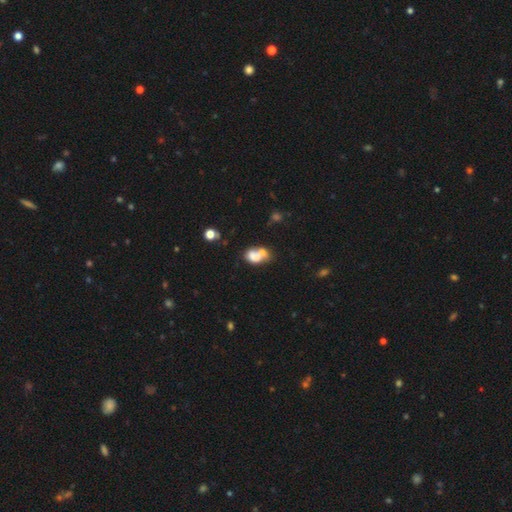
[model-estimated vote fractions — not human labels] Overall: smooth (60%; featured or disk 30%). How rounded: in between (74%). Merging: merger (56%; none 21%).